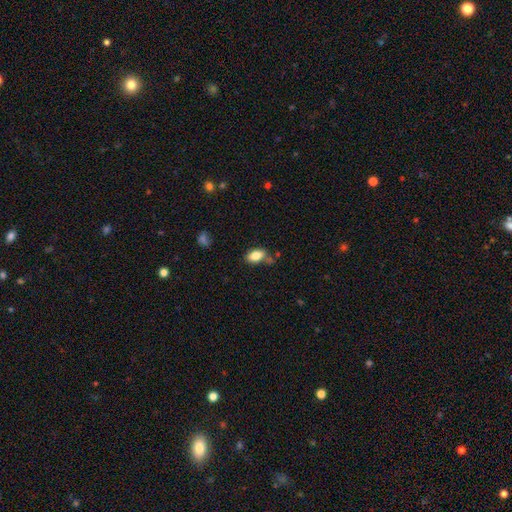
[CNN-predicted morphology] A smooth galaxy with no disk features (83%) that is in between round and cigar-shaped (91%). Merging: none (67%).